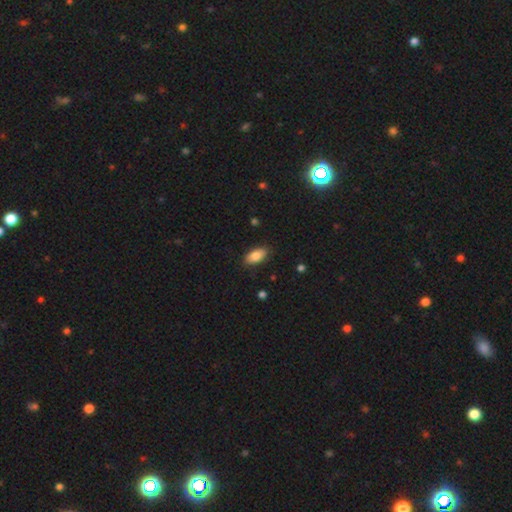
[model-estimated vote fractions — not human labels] Q: Smooth or featured?
A: smooth (84%); runner-up: featured or disk (9%)
Q: How rounded?
A: in between (92%); runner-up: cigar-shaped (5%)
Q: Merging?
A: none (84%); runner-up: minor disturbance (13%)